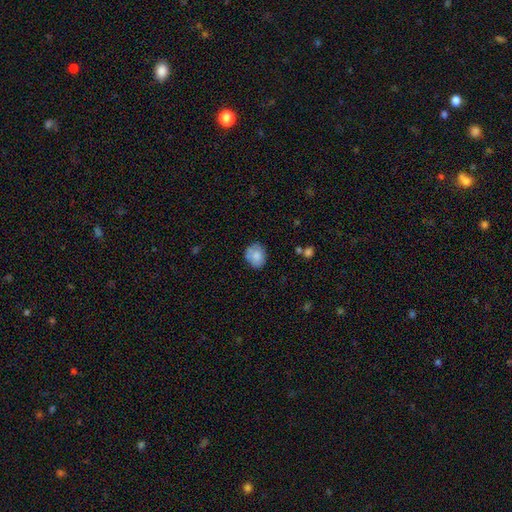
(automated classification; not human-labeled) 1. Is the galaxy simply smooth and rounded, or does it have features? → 74% smooth, 18% featured or disk, 8% star or artifact.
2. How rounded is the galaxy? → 60% round, 39% in between, 1% cigar-shaped.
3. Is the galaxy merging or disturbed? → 66% none, 23% minor disturbance, 6% major disturbance, 5% merger.